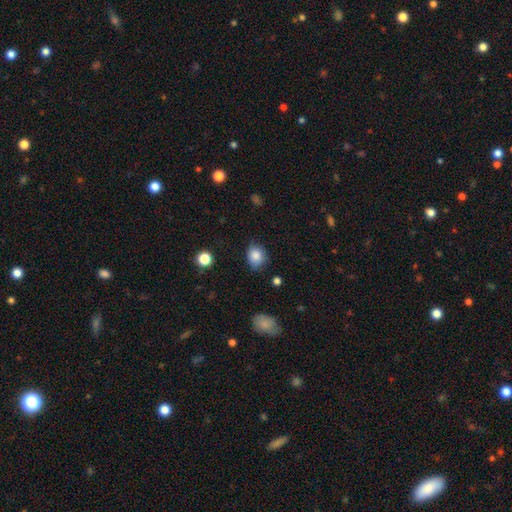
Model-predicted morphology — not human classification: A smooth galaxy with no disk features (85%) that is round (54%).

Vote fractions:
- Smooth or featured? smooth: 85% / star or artifact: 9% / featured or disk: 6%
- How rounded? round: 54% / in between: 45% / cigar-shaped: 1%
- Merging? none: 73% / minor disturbance: 21% / major disturbance: 4% / merger: 2%